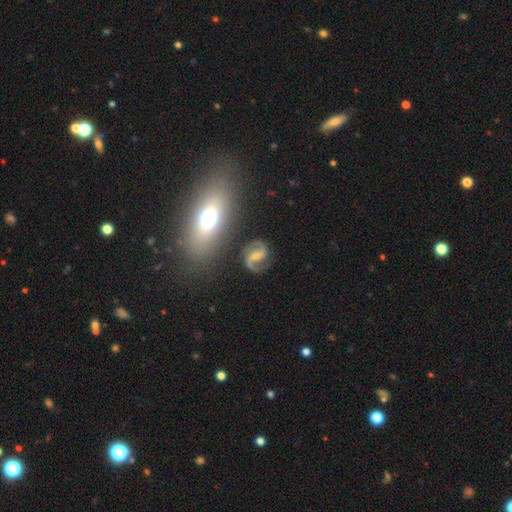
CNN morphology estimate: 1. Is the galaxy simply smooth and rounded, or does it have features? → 87% featured or disk, 8% smooth, 6% star or artifact.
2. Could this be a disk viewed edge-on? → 98% no, 2% yes.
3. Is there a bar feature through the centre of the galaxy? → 43% weak, 29% no, 28% strong.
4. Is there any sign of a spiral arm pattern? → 97% yes, 3% no.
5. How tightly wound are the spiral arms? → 46% medium, 42% loose, 11% tight.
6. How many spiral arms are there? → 92% 2, 3% 1, 2% can't tell, 1% 3, 1% 4, 1% more than 4.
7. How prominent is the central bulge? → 52% small, 37% moderate, 6% none, 3% large, 1% dominant.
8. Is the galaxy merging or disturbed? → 77% none, 14% minor disturbance, 7% major disturbance, 3% merger.